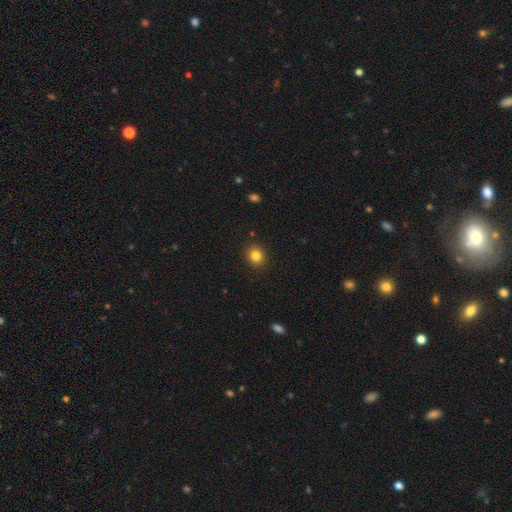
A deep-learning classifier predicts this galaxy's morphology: type=smooth (83%); roundness=round (75%); merging=none (91%).